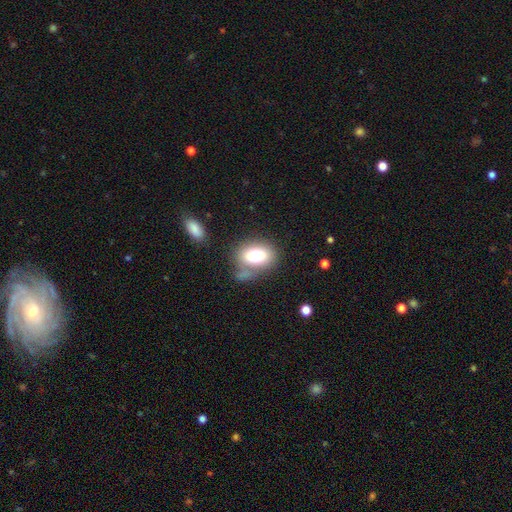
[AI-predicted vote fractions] Smooth or featured?
  - smooth: 77% *
  - featured or disk: 14%
  - star or artifact: 9%
How rounded?
  - in between: 79% *
  - round: 19%
  - cigar-shaped: 2%
Merging?
  - none: 54% *
  - minor disturbance: 22%
  - merger: 13%
  - major disturbance: 12%